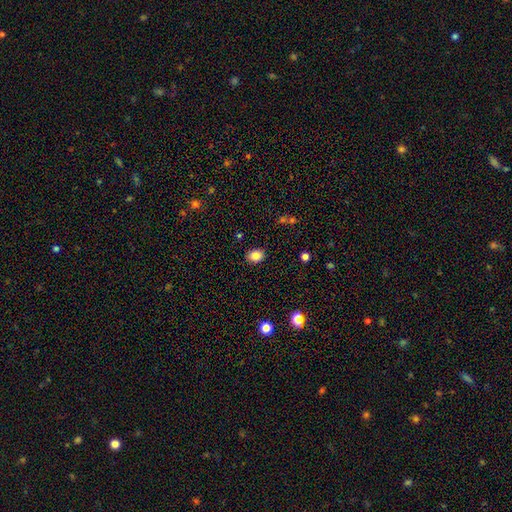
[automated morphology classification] smooth_or_featured: smooth (p=0.84) [alt: star or artifact p=0.10]
how_rounded: in between (p=0.54) [alt: round p=0.45]
merging: none (p=0.87) [alt: minor disturbance p=0.09]